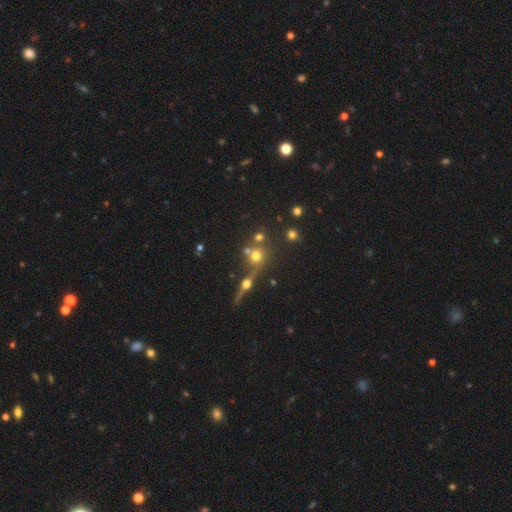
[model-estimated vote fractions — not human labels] smooth_or_featured: smooth (p=0.61) [alt: featured or disk p=0.20]
how_rounded: round (p=0.88) [alt: in between p=0.09]
merging: none (p=0.53) [alt: merger p=0.33]